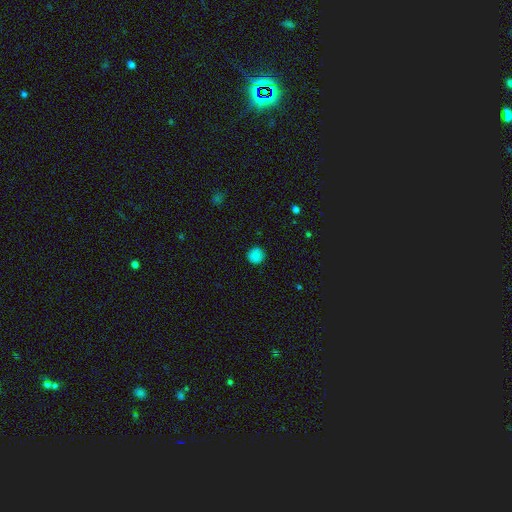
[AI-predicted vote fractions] This is clearly a smooth galaxy (85%). How rounded: clearly round (93%). Merging: clearly none (88%).